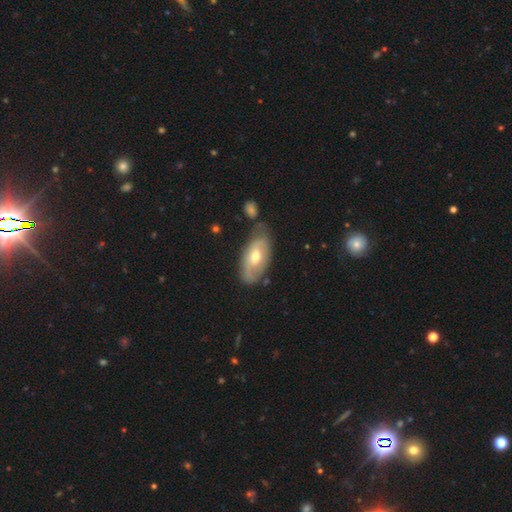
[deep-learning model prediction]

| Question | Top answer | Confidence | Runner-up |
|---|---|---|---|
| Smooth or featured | featured or disk | 54% | smooth (40%) |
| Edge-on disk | no | 86% | yes (14%) |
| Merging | none | 62% | minor disturbance (23%) |